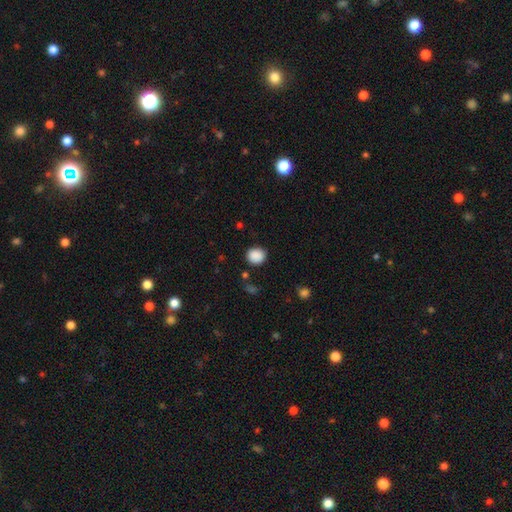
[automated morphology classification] smooth_or_featured: smooth (p=0.88) [alt: star or artifact p=0.09]
how_rounded: round (p=0.79) [alt: in between p=0.20]
merging: none (p=0.86) [alt: minor disturbance p=0.09]